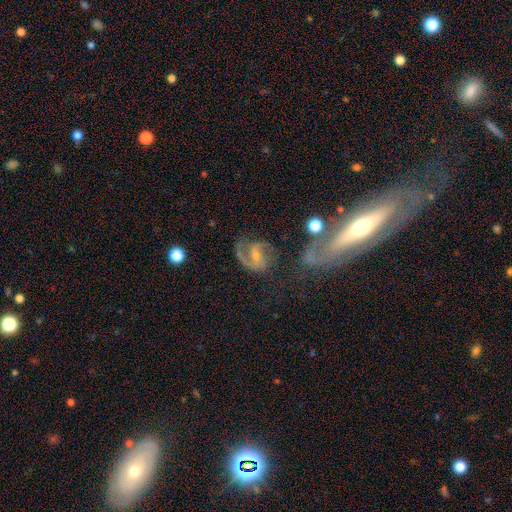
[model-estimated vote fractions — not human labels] This is clearly a featured or disk galaxy (84%). It is clearly not viewed edge-on (96%). Bar: marginally weak (45%). Spiral arm pattern: clearly yes (95%). Spiral arm count: clearly 2 (82%). Spiral winding: possibly medium (52%). Central bulge: possibly small (59%). Merging: possibly none (55%).